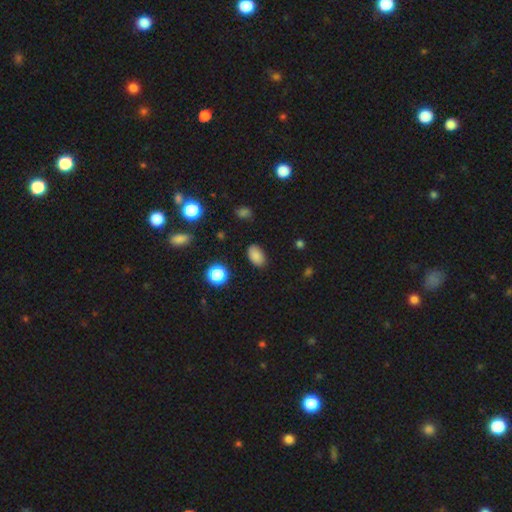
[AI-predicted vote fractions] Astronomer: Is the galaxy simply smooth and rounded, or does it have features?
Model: smooth — 84%.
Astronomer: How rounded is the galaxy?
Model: in between — 89%.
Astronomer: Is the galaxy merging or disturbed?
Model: none — 85%.